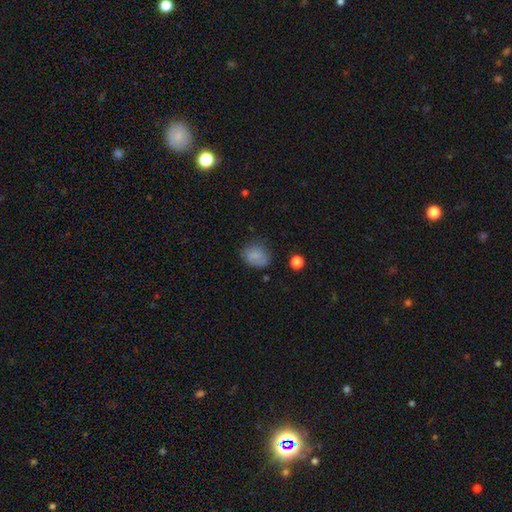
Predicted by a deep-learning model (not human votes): Q: Smooth or featured?
A: smooth (82%); runner-up: star or artifact (10%)
Q: How rounded?
A: in between (54%); runner-up: round (44%)
Q: Merging?
A: none (70%); runner-up: minor disturbance (22%)